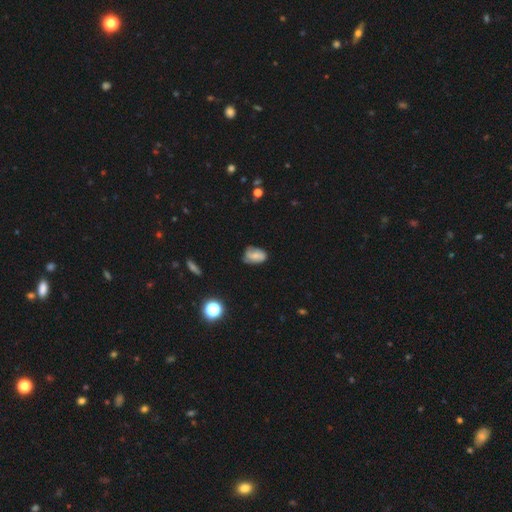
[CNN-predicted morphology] The model was most divided on "merging": none: 55%, minor disturbance: 34%, major disturbance: 9%, merger: 2%. More confident: how rounded — in between (87%); smooth or featured — smooth (64%).